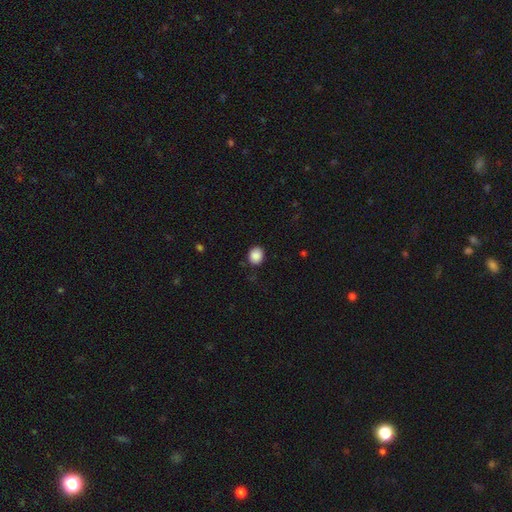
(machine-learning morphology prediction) This appears to be a smooth galaxy with no disk features (88%) that is round (70%). Merging: none (86%).